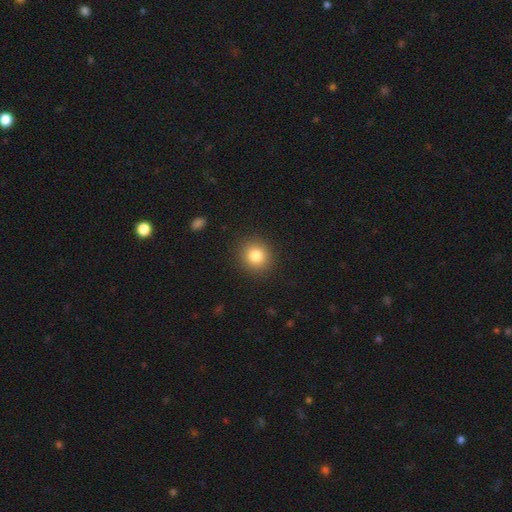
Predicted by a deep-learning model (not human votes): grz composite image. It shows a smooth galaxy with no disk features (83%) that is round (87%). Merging: none (91%).